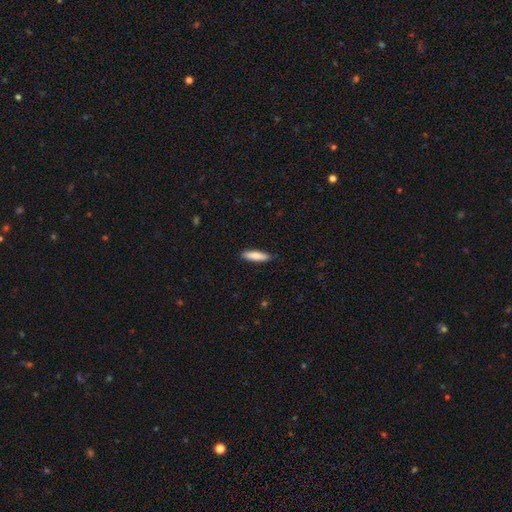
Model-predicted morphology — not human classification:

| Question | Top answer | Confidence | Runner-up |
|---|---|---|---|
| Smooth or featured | smooth | 82% | featured or disk (12%) |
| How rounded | cigar-shaped | 70% | in between (29%) |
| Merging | none | 88% | minor disturbance (10%) |